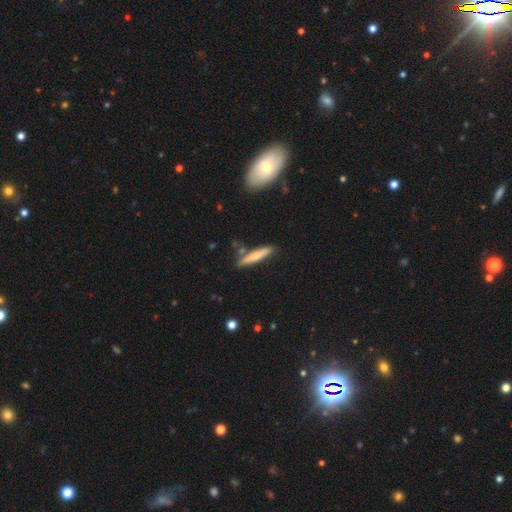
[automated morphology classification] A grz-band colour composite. It shows a smooth galaxy with no disk features (55%) that is cigar-shaped (88%). Merging: none (80%).